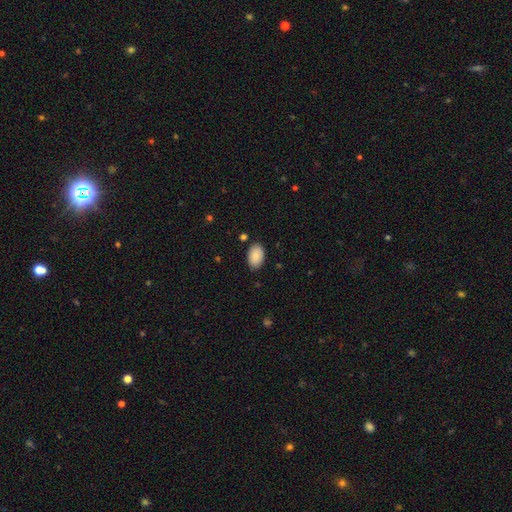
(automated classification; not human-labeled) Smooth or featured: smooth — 89% (star or artifact — 7%)
How rounded: in between — 93% (round — 6%)
Merging: none — 84% (minor disturbance — 12%)